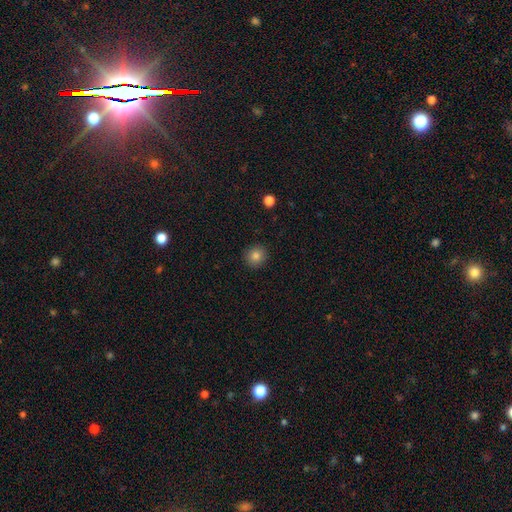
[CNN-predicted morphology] type=smooth (83%); roundness=round (88%); merging=none (91%).